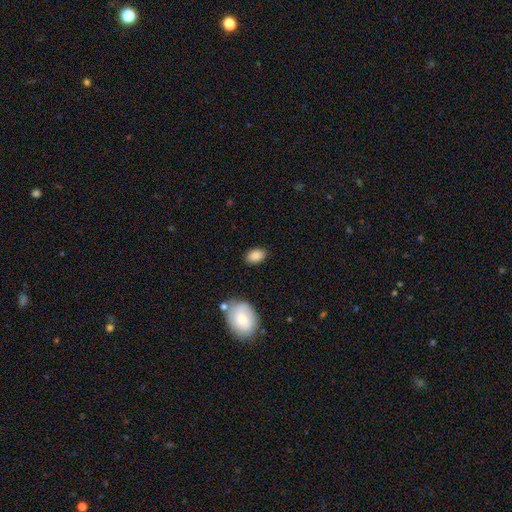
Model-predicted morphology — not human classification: Smooth or featured? smooth (87%)
How rounded? in between (88%)
Merging? none (84%)